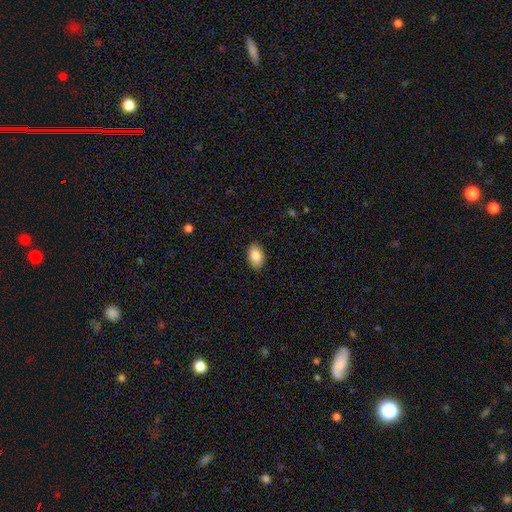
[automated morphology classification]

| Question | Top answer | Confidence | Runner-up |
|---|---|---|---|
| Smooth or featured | smooth | 86% | star or artifact (7%) |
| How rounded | in between | 91% | round (8%) |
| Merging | none | 88% | minor disturbance (9%) |